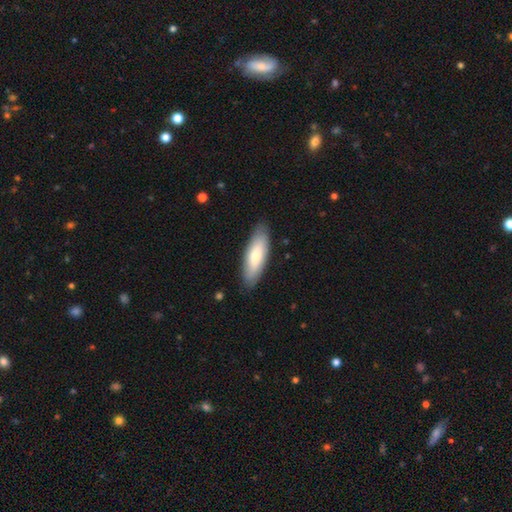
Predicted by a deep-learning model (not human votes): Smooth or featured?
  - smooth: 73% *
  - featured or disk: 22%
  - star or artifact: 5%
How rounded?
  - in between: 58% *
  - cigar-shaped: 41%
  - round: 2%
Merging?
  - none: 86% *
  - minor disturbance: 11%
  - major disturbance: 2%
  - merger: 1%